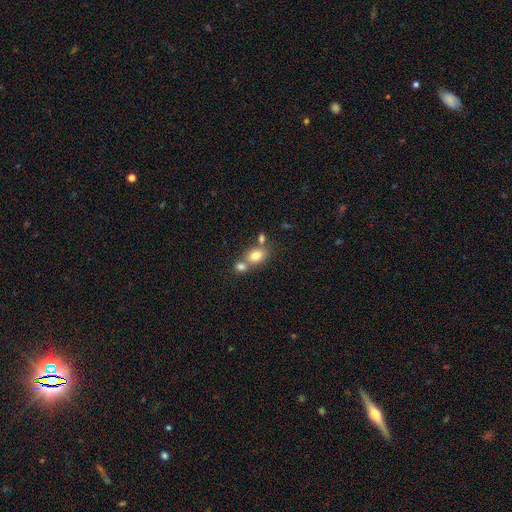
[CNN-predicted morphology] Smooth or featured: smooth — 78% (featured or disk — 12%)
How rounded: in between — 62% (round — 37%)
Merging: none — 44% (merger — 42%)